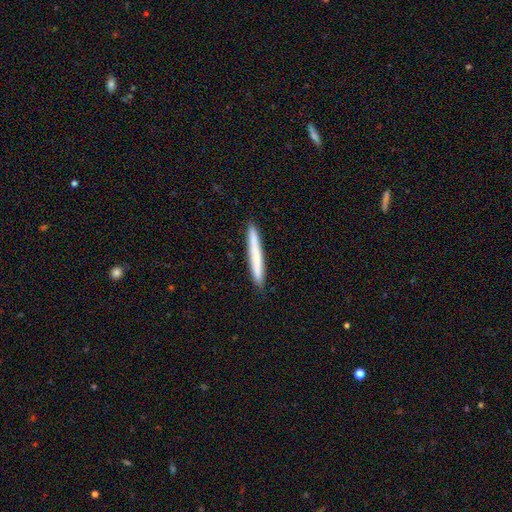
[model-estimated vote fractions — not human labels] smooth-or-featured: smooth: 71% | featured or disk: 24% | star or artifact: 6%
  how-rounded: cigar-shaped: 97% | in between: 2% | round: 1%
  merging: none: 91% | minor disturbance: 6% | major disturbance: 1% | merger: 1%